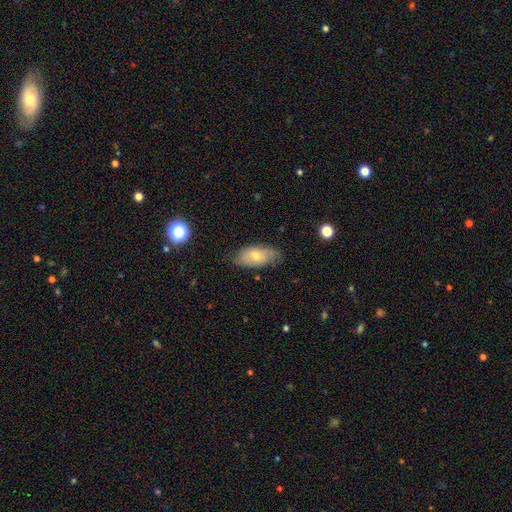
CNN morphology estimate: This appears to be a smooth galaxy with no disk features (58%) that is in between round and cigar-shaped (89%). Merging: none (75%).